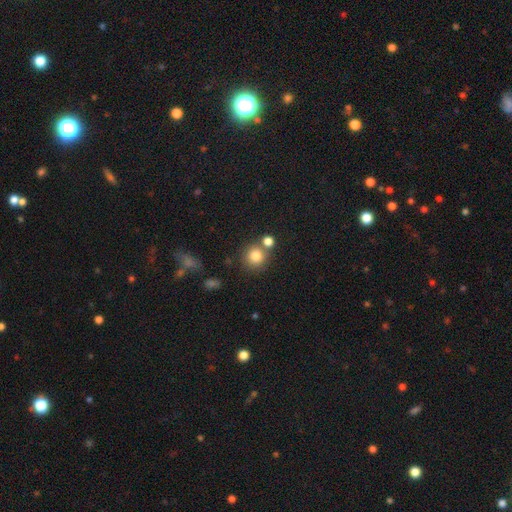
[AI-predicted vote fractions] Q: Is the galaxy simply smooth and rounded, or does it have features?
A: smooth — 81%.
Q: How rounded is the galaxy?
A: round — 90%.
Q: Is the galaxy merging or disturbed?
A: none — 68%.